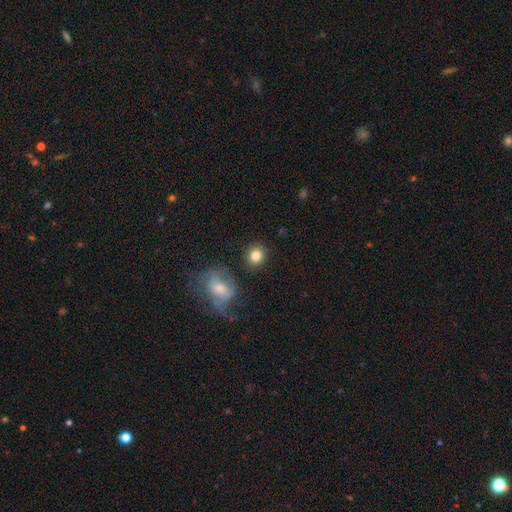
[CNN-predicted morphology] Smooth or featured? smooth (83%)
How rounded? round (83%)
Merging? none (86%)